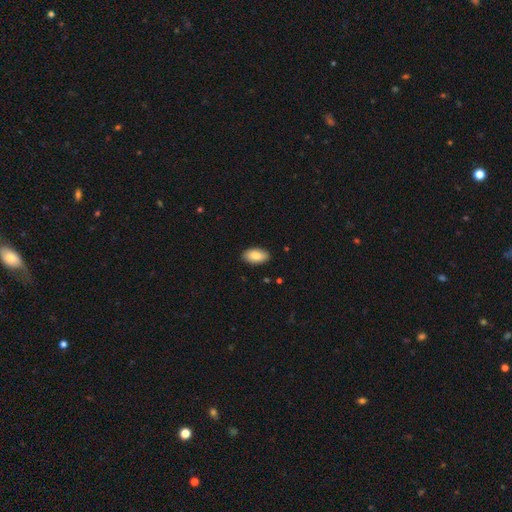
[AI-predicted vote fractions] A smooth galaxy with no disk features (85%) that is in between round and cigar-shaped (95%).

Vote fractions:
- Smooth or featured? smooth: 85% / featured or disk: 8% / star or artifact: 6%
- How rounded? in between: 95% / round: 3% / cigar-shaped: 3%
- Merging? none: 88% / minor disturbance: 9% / major disturbance: 2% / merger: 1%